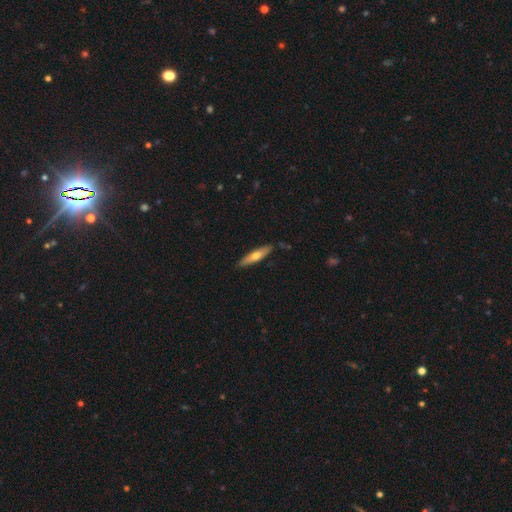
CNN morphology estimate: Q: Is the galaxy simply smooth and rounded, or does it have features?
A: smooth — 57%.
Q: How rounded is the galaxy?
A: cigar-shaped — 78%.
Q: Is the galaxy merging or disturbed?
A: none — 86%.